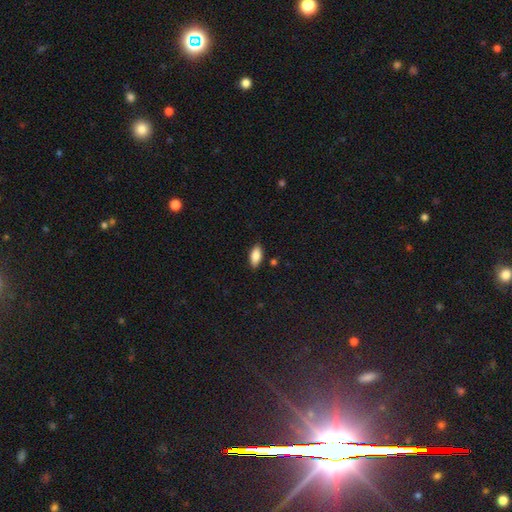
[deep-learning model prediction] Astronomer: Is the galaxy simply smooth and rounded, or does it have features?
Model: smooth — 85%.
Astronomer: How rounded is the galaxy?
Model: in between — 90%.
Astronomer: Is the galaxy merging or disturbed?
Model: none — 86%.